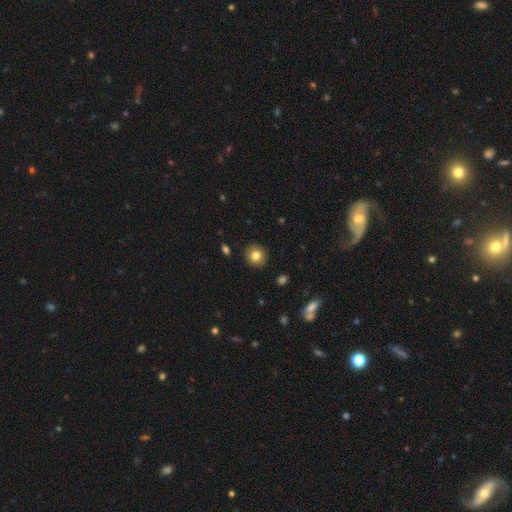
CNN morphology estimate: Smooth or featured? Predicted: smooth (p=0.81). How rounded? Predicted: round (p=0.88). Merging? Predicted: none (p=0.91).